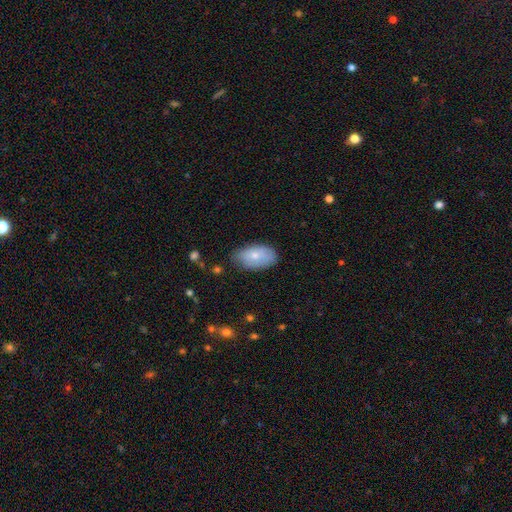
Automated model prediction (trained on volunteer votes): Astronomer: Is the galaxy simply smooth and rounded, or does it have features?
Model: smooth — 71%.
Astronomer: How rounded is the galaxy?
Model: in between — 93%.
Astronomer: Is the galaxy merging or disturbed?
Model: none — 72%.